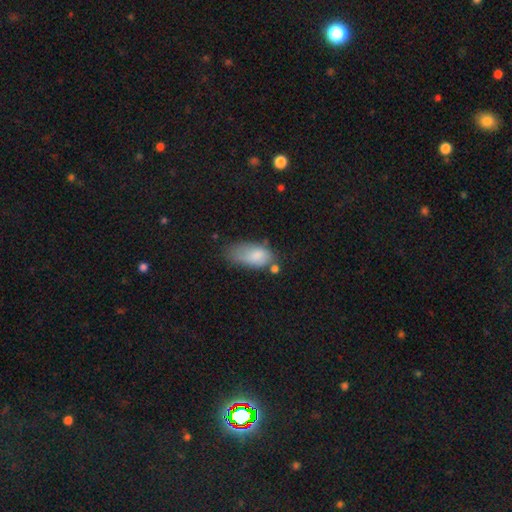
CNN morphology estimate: smooth_or_featured: smooth (p=0.78) [alt: featured or disk p=0.15]
how_rounded: in between (p=0.91) [alt: cigar-shaped p=0.05]
merging: minor disturbance (p=0.37) [alt: none p=0.31]